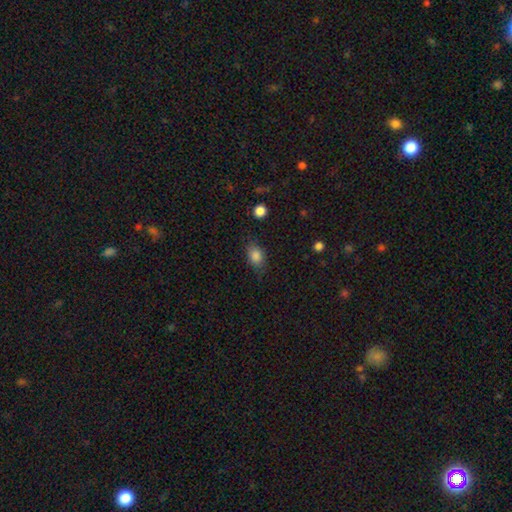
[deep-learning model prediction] Q: Smooth or featured?
A: smooth (85%); runner-up: star or artifact (9%)
Q: How rounded?
A: in between (78%); runner-up: round (20%)
Q: Merging?
A: none (75%); runner-up: minor disturbance (18%)